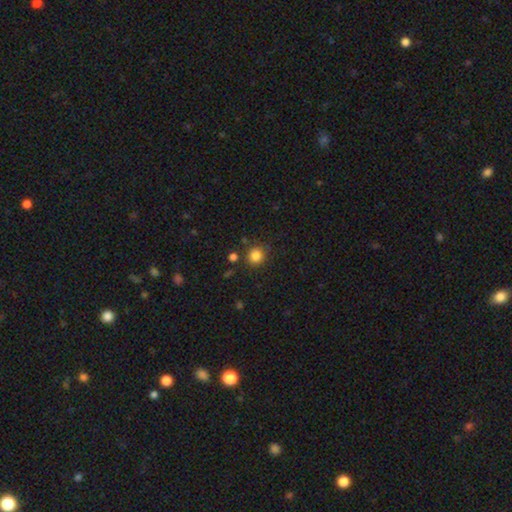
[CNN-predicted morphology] The model was most divided on "smooth or featured": smooth: 84%, star or artifact: 12%, featured or disk: 4%. More confident: how rounded — round (90%); merging — none (83%).